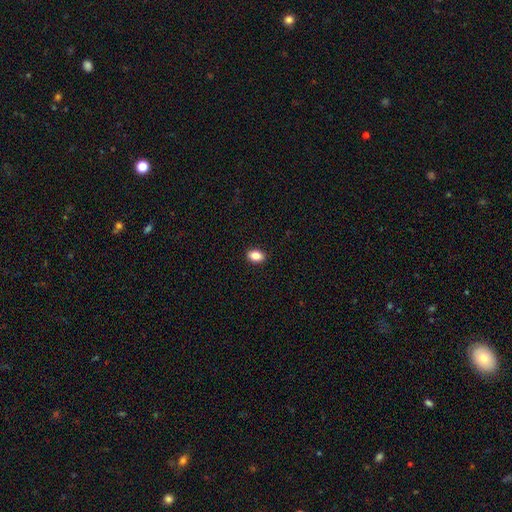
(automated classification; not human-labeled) This is clearly a smooth galaxy (85%). How rounded: clearly in between (81%). Merging: clearly none (91%).